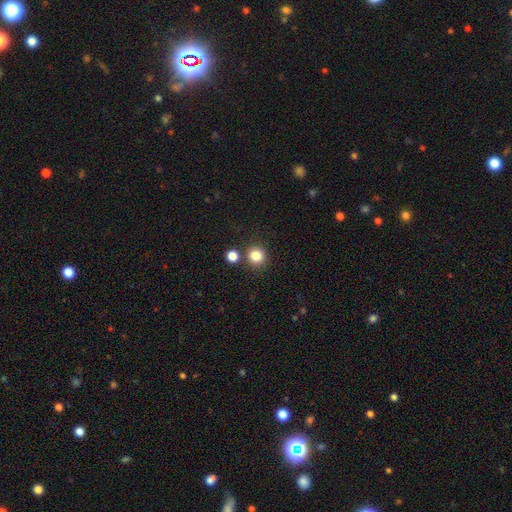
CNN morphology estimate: This appears to be a smooth galaxy with no disk features (84%) that is round (92%). Merging: none (81%).